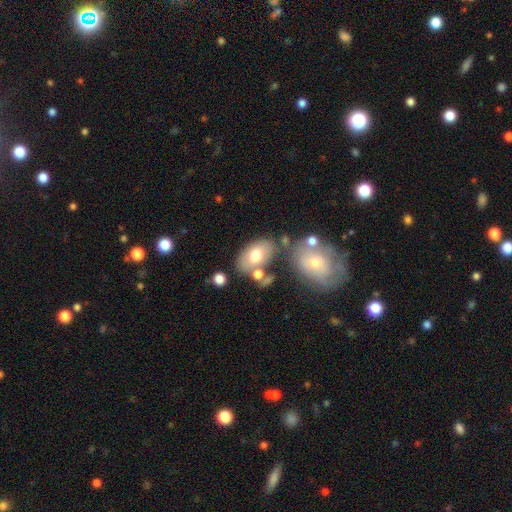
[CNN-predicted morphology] Q: Smooth or featured?
A: smooth (70%); runner-up: featured or disk (22%)
Q: How rounded?
A: in between (88%); runner-up: round (10%)
Q: Merging?
A: none (56%); runner-up: merger (21%)